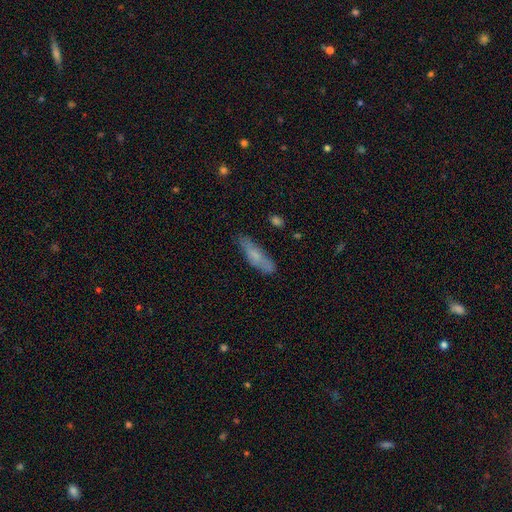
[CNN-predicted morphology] This is likely a smooth galaxy (68%). How rounded: possibly cigar-shaped (59%). Merging: likely none (71%).